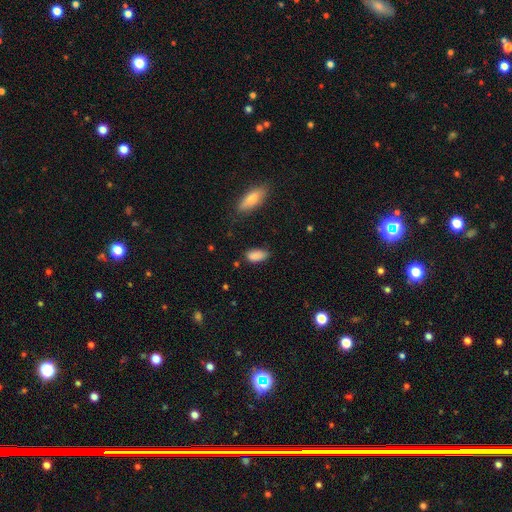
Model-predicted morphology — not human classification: smooth-or-featured: smooth: 87% | star or artifact: 8% | featured or disk: 5%
  how-rounded: in between: 90% | cigar-shaped: 7% | round: 3%
  merging: none: 73% | minor disturbance: 21% | major disturbance: 4% | merger: 3%